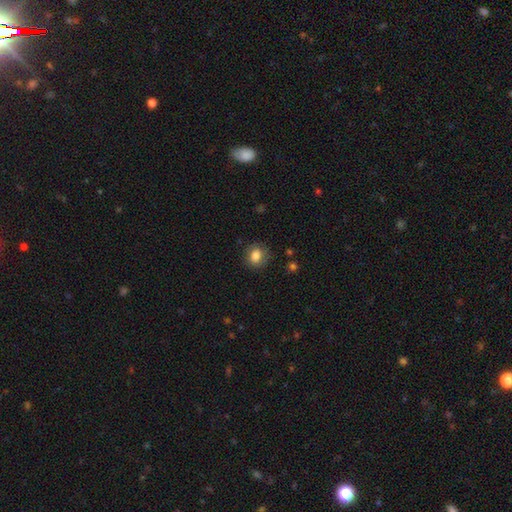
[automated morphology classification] A smooth galaxy with no disk features (82%) that is round (69%).

Vote fractions:
- Smooth or featured? smooth: 82% / featured or disk: 9% / star or artifact: 9%
- How rounded? round: 69% / in between: 30% / cigar-shaped: 1%
- Merging? none: 81% / minor disturbance: 14% / major disturbance: 4% / merger: 1%